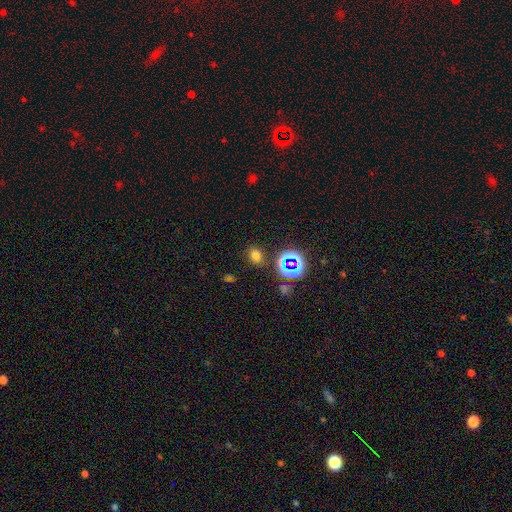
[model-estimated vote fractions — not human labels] smooth_or_featured: smooth (p=0.67) [alt: star or artifact p=0.26]
how_rounded: in between (p=0.58) [alt: round p=0.41]
merging: none (p=0.81) [alt: minor disturbance p=0.11]